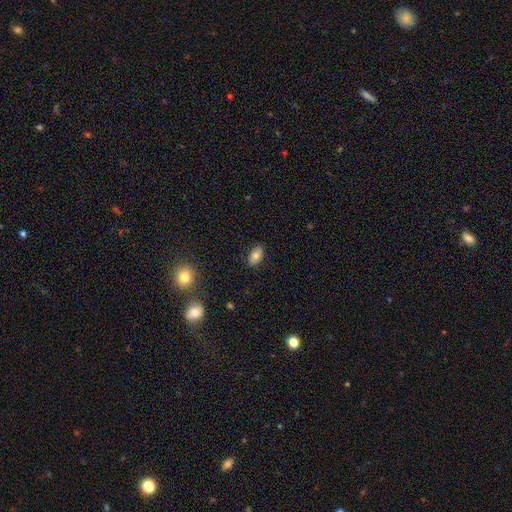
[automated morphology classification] type=smooth (79%); roundness=in between (92%); merging=none (87%).